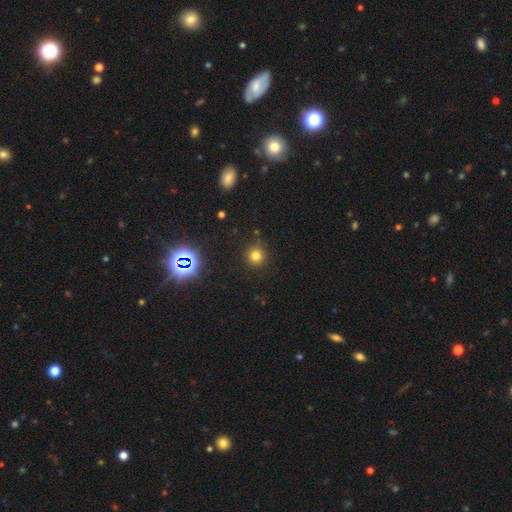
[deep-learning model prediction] A smooth galaxy with no disk features (74%) that is round (94%).

Vote fractions:
- Smooth or featured? smooth: 74% / star or artifact: 20% / featured or disk: 7%
- How rounded? round: 94% / in between: 5% / cigar-shaped: 1%
- Merging? none: 85% / minor disturbance: 9% / major disturbance: 3% / merger: 2%